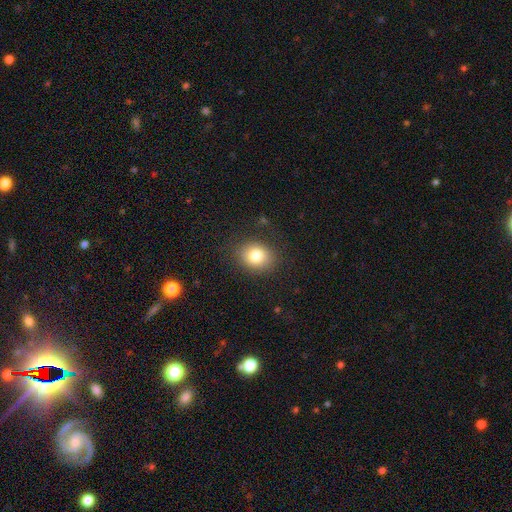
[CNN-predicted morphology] Smooth or featured?
  - smooth: 80% *
  - star or artifact: 11%
  - featured or disk: 9%
How rounded?
  - round: 60% *
  - in between: 39%
  - cigar-shaped: 1%
Merging?
  - none: 84% *
  - minor disturbance: 11%
  - major disturbance: 4%
  - merger: 1%